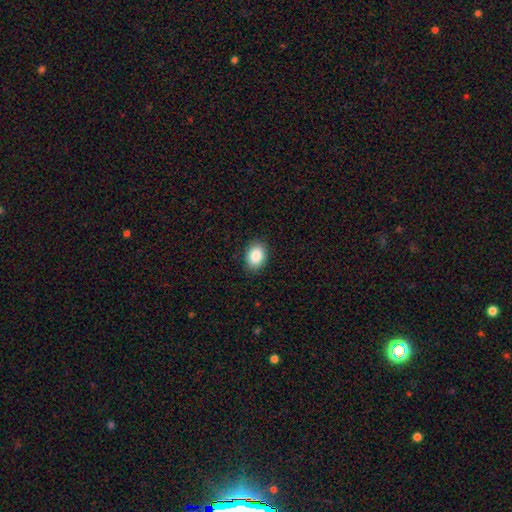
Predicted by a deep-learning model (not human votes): A smooth galaxy with no disk features (88%) that is in between round and cigar-shaped (71%).

Vote fractions:
- Smooth or featured? smooth: 88% / star or artifact: 8% / featured or disk: 4%
- How rounded? in between: 71% / round: 28% / cigar-shaped: 1%
- Merging? none: 89% / minor disturbance: 8% / major disturbance: 2% / merger: 1%